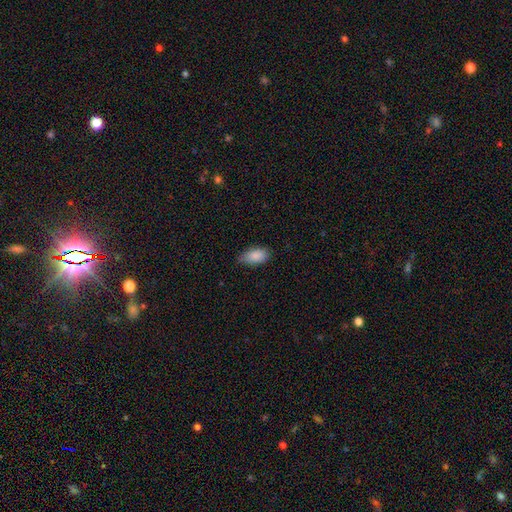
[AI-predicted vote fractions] Smooth or featured? smooth (88%)
How rounded? in between (93%)
Merging? none (70%)